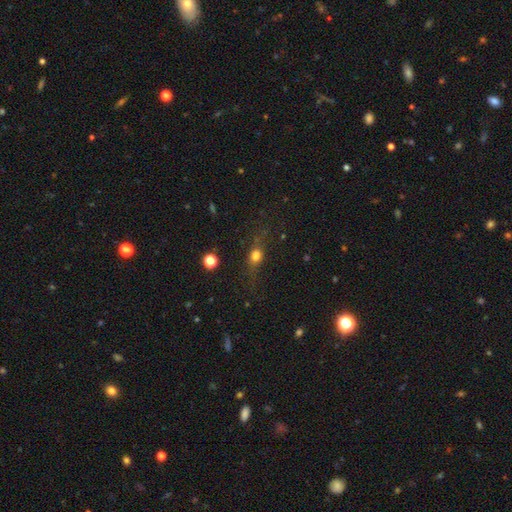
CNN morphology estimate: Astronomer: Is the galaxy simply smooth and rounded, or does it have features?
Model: smooth — 63%.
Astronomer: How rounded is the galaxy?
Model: in between — 45% (runner-up: round, 35%).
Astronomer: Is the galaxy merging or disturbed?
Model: none — 65%.